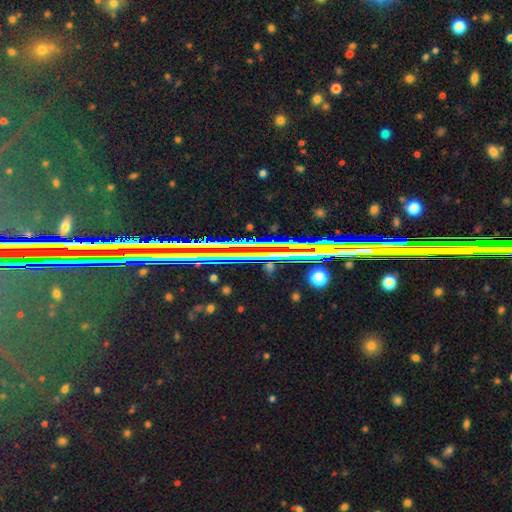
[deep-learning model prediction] Smooth or featured? Predicted: star or artifact (p=0.79).